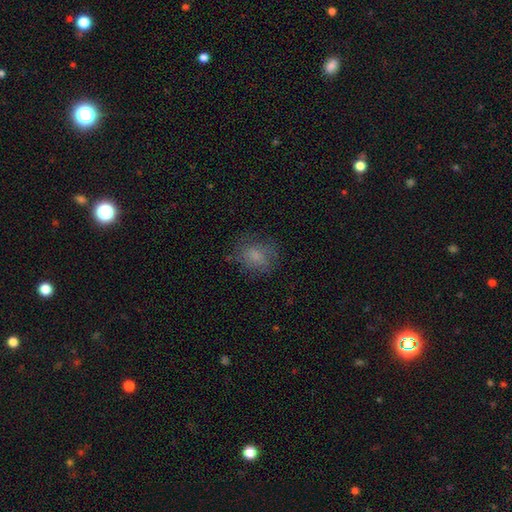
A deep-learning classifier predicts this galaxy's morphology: The model was most divided on "how rounded": round: 58%, in between: 40%, cigar-shaped: 1%. More confident: smooth or featured — smooth (74%); merging — none (70%).